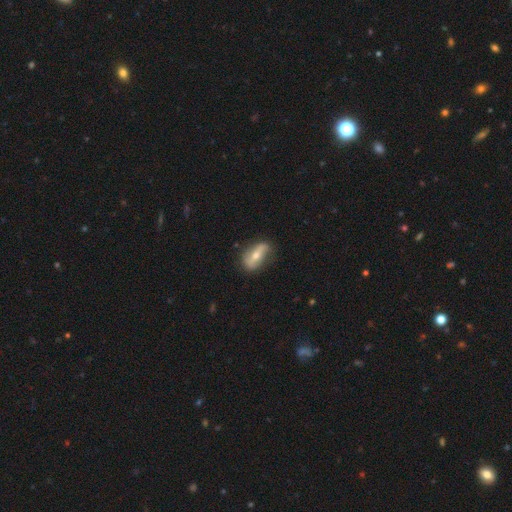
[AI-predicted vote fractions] A featured or disk galaxy (61%).

Vote fractions:
- Smooth or featured? featured or disk: 61% / smooth: 32% / star or artifact: 7%
- Edge-on disk? no: 80% / yes: 20%
- Merging? none: 70% / minor disturbance: 22% / major disturbance: 6% / merger: 2%